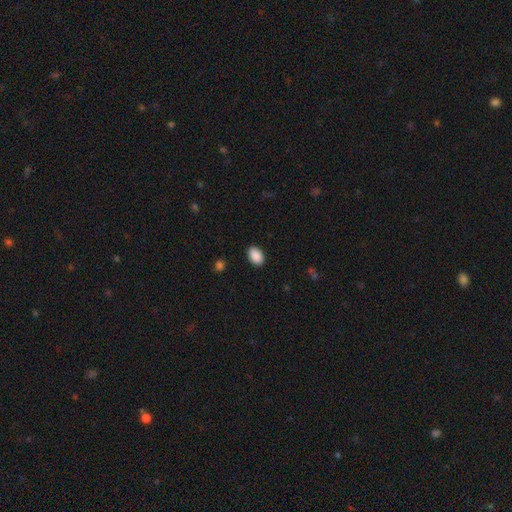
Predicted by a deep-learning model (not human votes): smooth_or_featured: smooth (p=0.90) [alt: star or artifact p=0.07]
how_rounded: in between (p=0.87) [alt: round p=0.12]
merging: none (p=0.89) [alt: minor disturbance p=0.08]